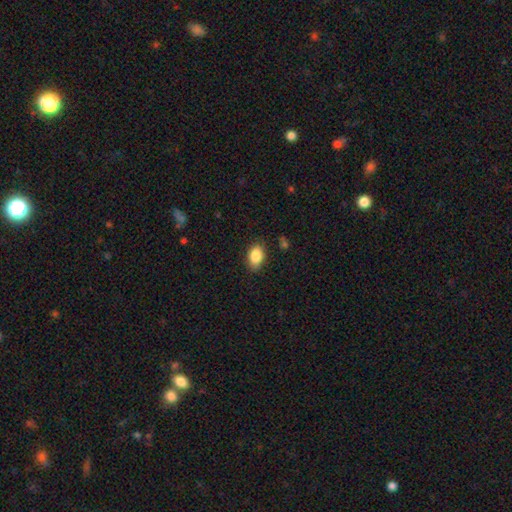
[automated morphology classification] A smooth galaxy with no disk features (86%) that is in between round and cigar-shaped (87%). Merging: none (82%).